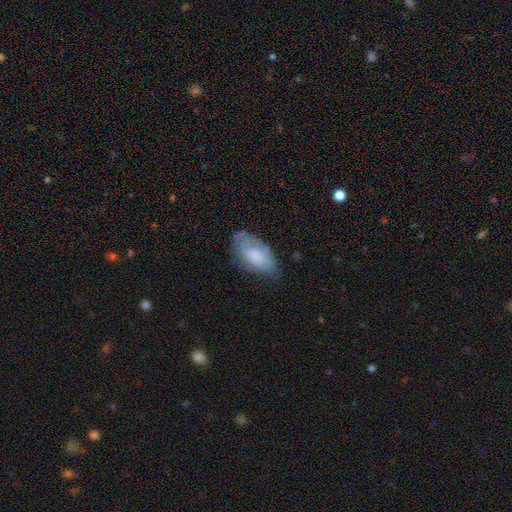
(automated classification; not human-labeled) Q: Smooth or featured?
A: smooth (63%); runner-up: featured or disk (30%)
Q: How rounded?
A: in between (93%); runner-up: cigar-shaped (4%)
Q: Merging?
A: none (55%); runner-up: minor disturbance (32%)